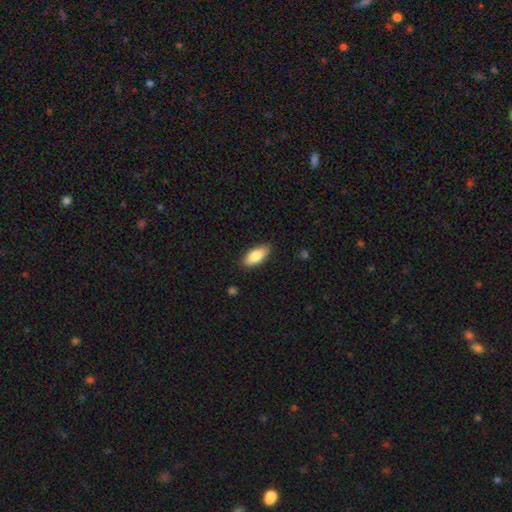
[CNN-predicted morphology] A smooth galaxy with no disk features (84%) that is in between round and cigar-shaped (87%). Merging: none (86%).